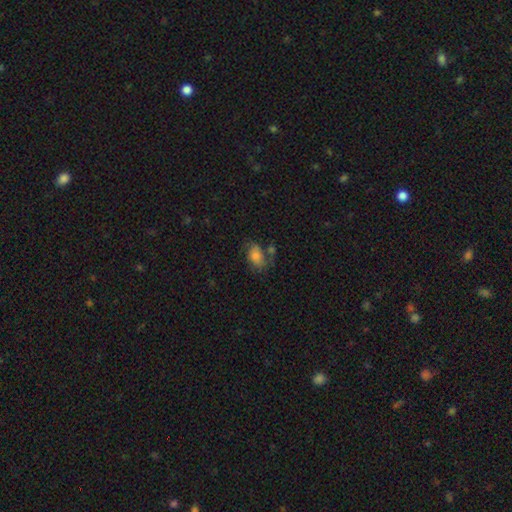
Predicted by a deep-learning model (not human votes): Smooth or featured: smooth — 66% (featured or disk — 23%)
How rounded: in between — 85% (round — 13%)
Merging: none — 46% (minor disturbance — 25%)